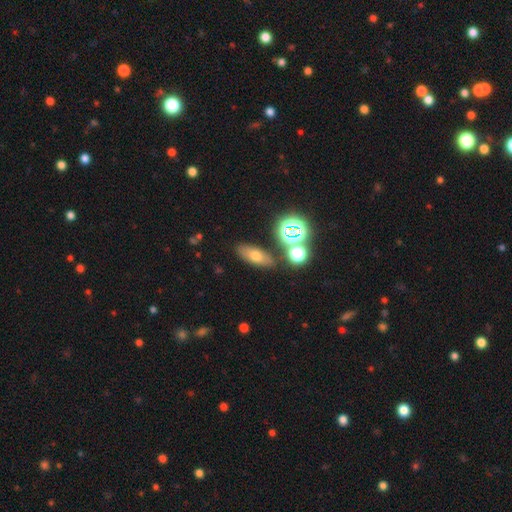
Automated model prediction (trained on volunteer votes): A smooth galaxy with no disk features (55%) that is in between round and cigar-shaped (68%). Merging: none (80%).